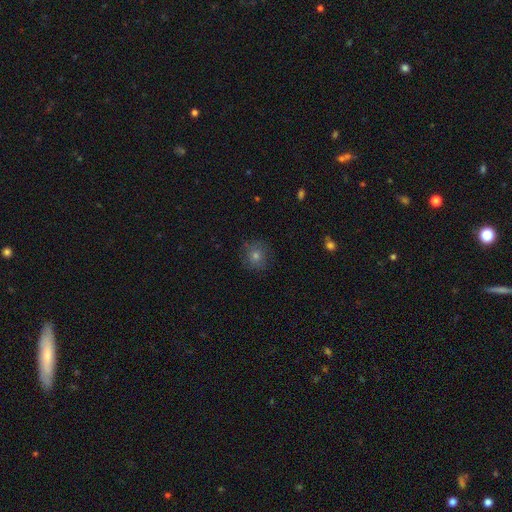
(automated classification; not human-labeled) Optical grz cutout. It shows a smooth galaxy with no disk features (62%) that is round (90%). Merging: none (83%).